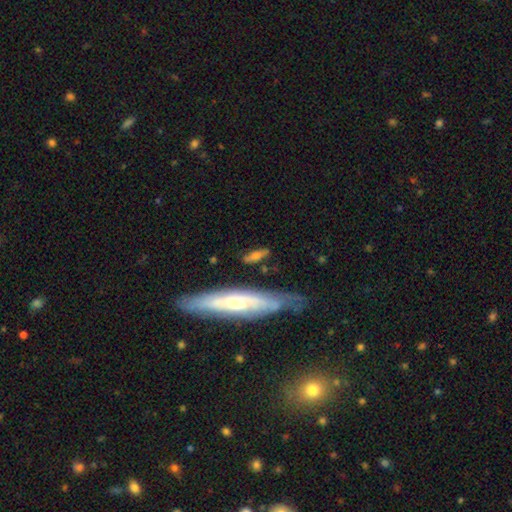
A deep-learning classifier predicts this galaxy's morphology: Smooth or featured? Predicted: smooth (p=0.57). How rounded? Predicted: cigar-shaped (p=0.51). Merging? Predicted: none (p=0.69).